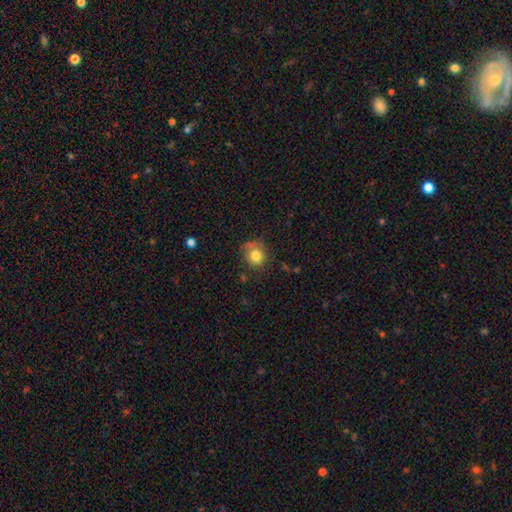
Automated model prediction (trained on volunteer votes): The model was most divided on "merging": none: 62%, minor disturbance: 24%, major disturbance: 9%, merger: 4%. More confident: how rounded — round (83%); smooth or featured — smooth (79%).